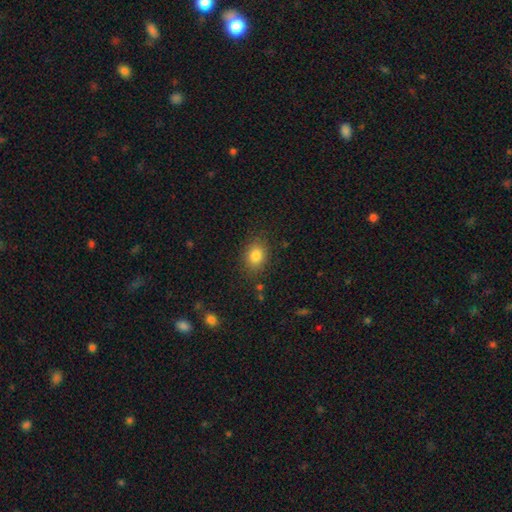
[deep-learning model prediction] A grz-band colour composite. It shows a smooth galaxy with no disk features (83%) that is in between round and cigar-shaped (61%). Merging: none (84%).